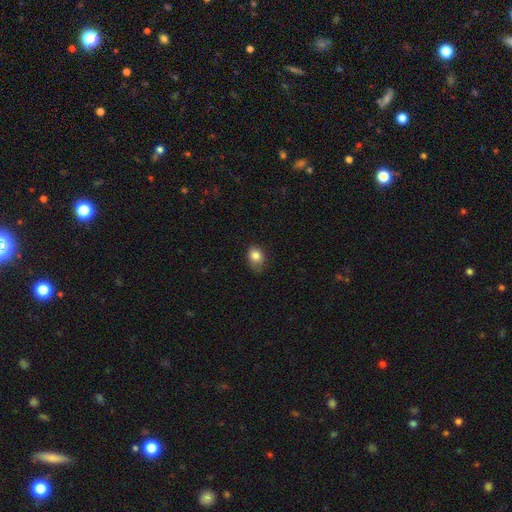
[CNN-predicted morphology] A smooth galaxy with no disk features (84%) that is in between round and cigar-shaped (57%). Merging: none (63%).